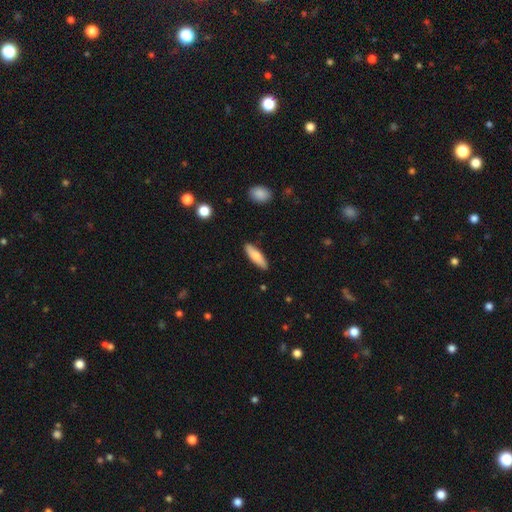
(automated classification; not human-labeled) smooth-or-featured: smooth: 77% | featured or disk: 18% | star or artifact: 6%
  how-rounded: cigar-shaped: 58% | in between: 40% | round: 2%
  merging: none: 87% | minor disturbance: 9% | major disturbance: 2% | merger: 1%